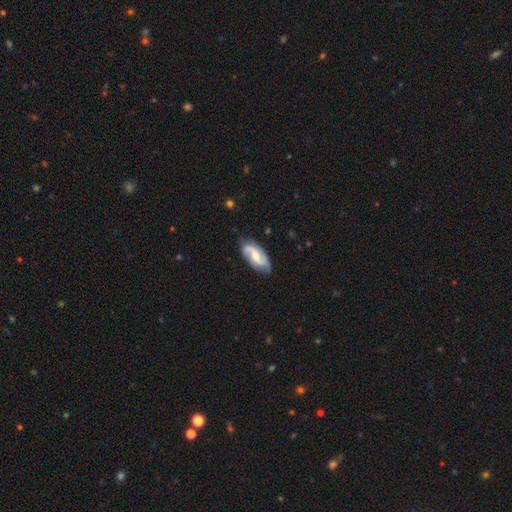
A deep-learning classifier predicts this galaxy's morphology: smooth_or_featured: featured or disk (p=0.76) [alt: smooth p=0.19]
disk_edge_on: no (p=0.95) [alt: yes p=0.05]
bar: weak (p=0.46) [alt: no p=0.39]
has_spiral_arms: yes (p=0.95) [alt: no p=0.05]
spiral_winding: loose (p=0.47) [alt: medium p=0.38]
spiral_arm_count: 2 (p=0.89) [alt: can't tell p=0.05]
bulge_size: moderate (p=0.49) [alt: small p=0.40]
merging: none (p=0.79) [alt: minor disturbance p=0.16]